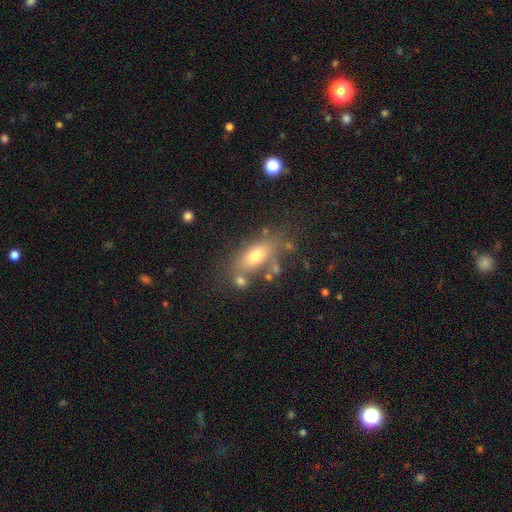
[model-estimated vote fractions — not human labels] A smooth galaxy with no disk features (68%) that is in between round and cigar-shaped (77%). Merging: none (65%).